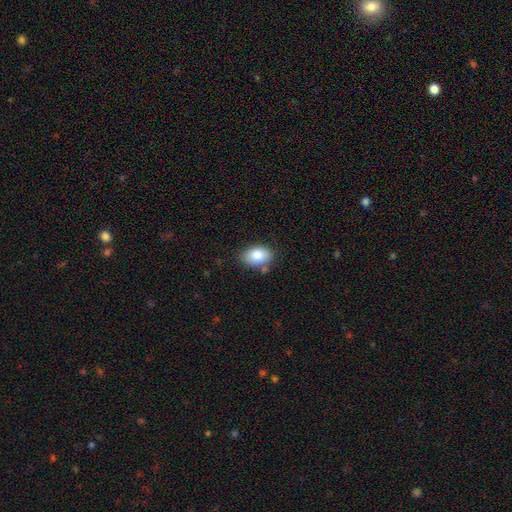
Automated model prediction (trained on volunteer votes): Smooth or featured: smooth — 84% (featured or disk — 8%)
How rounded: in between — 84% (round — 15%)
Merging: none — 75% (minor disturbance — 17%)